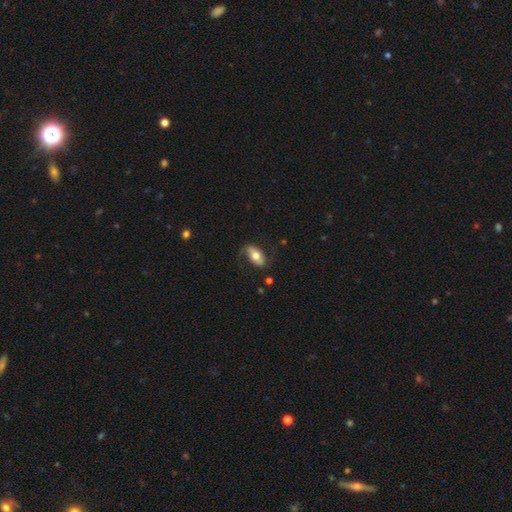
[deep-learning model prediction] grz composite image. It shows a smooth galaxy with no disk features (57%) that is in between round and cigar-shaped (91%). Merging: none (67%).